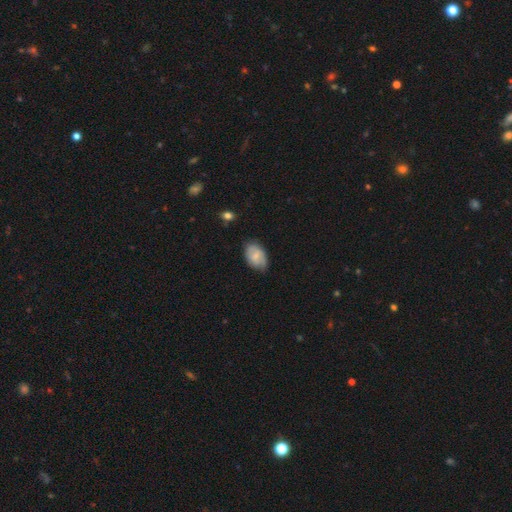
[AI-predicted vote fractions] smooth-or-featured: smooth: 70% | featured or disk: 23% | star or artifact: 7%
  how-rounded: in between: 88% | round: 11% | cigar-shaped: 1%
  merging: none: 68% | minor disturbance: 26% | major disturbance: 4% | merger: 1%